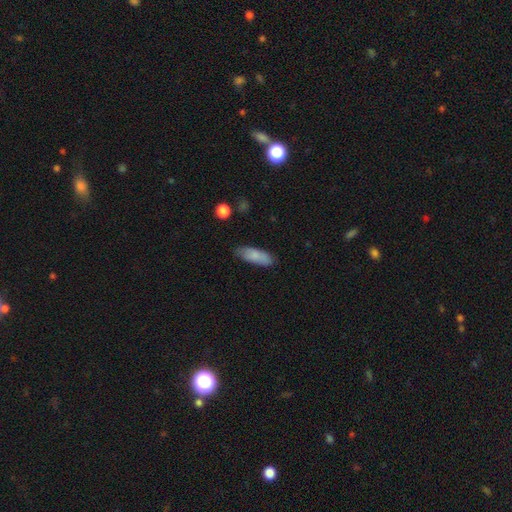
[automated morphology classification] This appears to be a smooth galaxy with no disk features (81%) that is in between round and cigar-shaped (64%). Merging: none (78%).